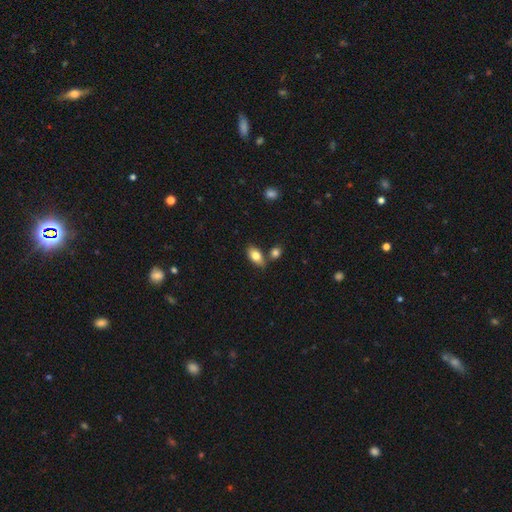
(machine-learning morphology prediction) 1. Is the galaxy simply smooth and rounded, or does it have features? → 79% smooth, 13% featured or disk, 8% star or artifact.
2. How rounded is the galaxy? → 89% in between, 7% round, 4% cigar-shaped.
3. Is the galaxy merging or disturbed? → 70% none, 14% merger, 13% minor disturbance, 3% major disturbance.